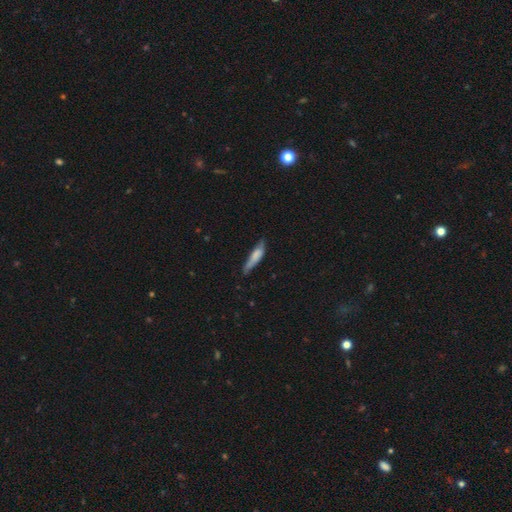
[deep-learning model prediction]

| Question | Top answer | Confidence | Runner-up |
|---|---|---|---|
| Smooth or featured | smooth | 70% | featured or disk (23%) |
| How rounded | cigar-shaped | 75% | in between (23%) |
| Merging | none | 50% | minor disturbance (37%) |